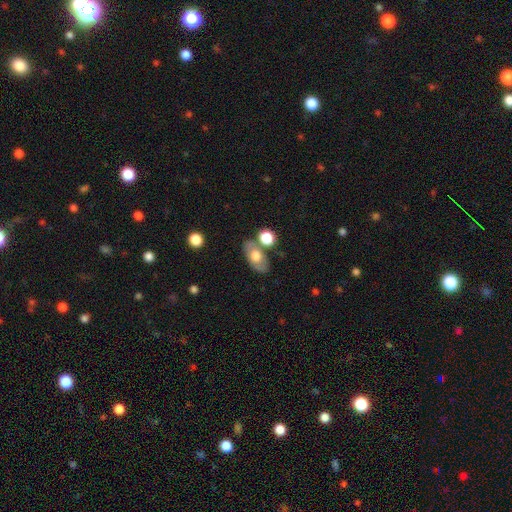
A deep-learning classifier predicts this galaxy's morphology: type=smooth (59%); roundness=in between (86%); merging=none (65%).